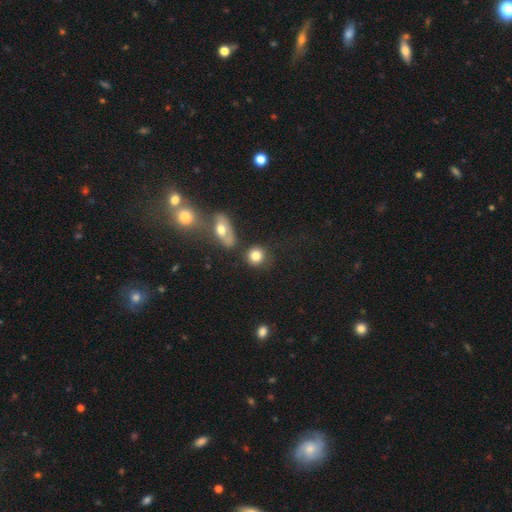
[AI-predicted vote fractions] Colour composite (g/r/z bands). It shows a smooth galaxy with no disk features (81%) that is round (82%). Merging: none (69%).